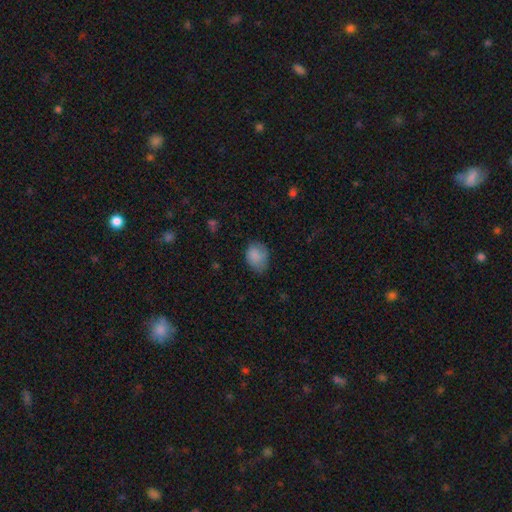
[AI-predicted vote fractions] Smooth or featured?
  - smooth: 84% *
  - featured or disk: 8%
  - star or artifact: 8%
How rounded?
  - in between: 59% *
  - round: 40%
  - cigar-shaped: 1%
Merging?
  - none: 59% *
  - minor disturbance: 31%
  - major disturbance: 9%
  - merger: 1%